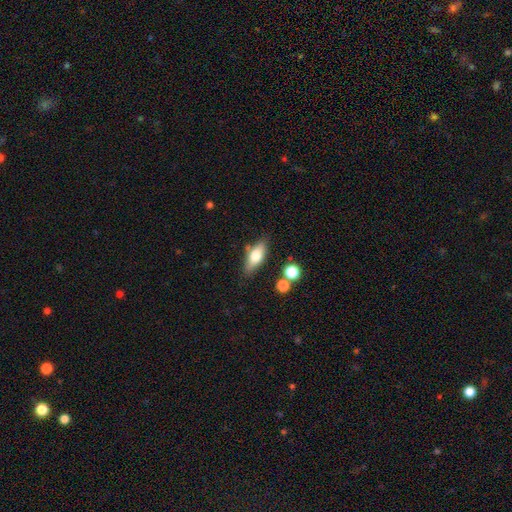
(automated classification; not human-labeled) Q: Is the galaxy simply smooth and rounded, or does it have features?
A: smooth — 60%.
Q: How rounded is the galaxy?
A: in between — 68%.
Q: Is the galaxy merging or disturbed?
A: none — 77%.